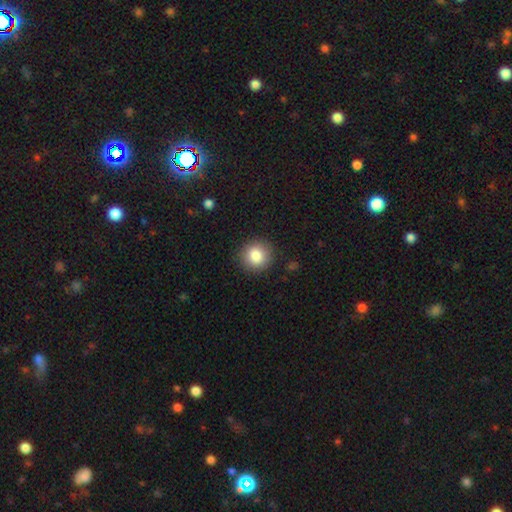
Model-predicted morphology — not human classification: A smooth galaxy with no disk features (85%) that is round (91%).

Vote fractions:
- Smooth or featured? smooth: 85% / star or artifact: 9% / featured or disk: 7%
- How rounded? round: 91% / in between: 8% / cigar-shaped: 1%
- Merging? none: 90% / minor disturbance: 7% / major disturbance: 2% / merger: 1%